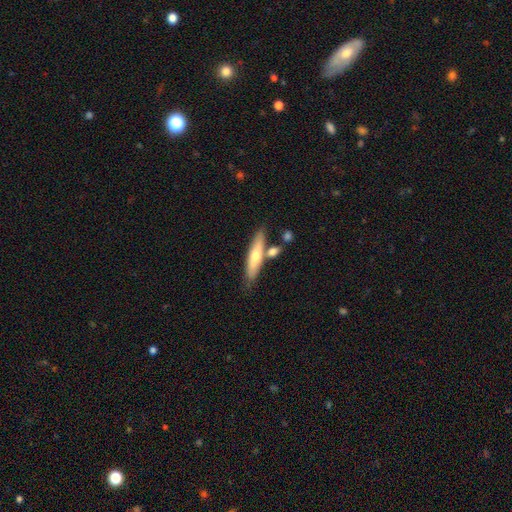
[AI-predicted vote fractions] Q: Smooth or featured?
A: smooth (58%); runner-up: featured or disk (36%)
Q: How rounded?
A: cigar-shaped (77%); runner-up: in between (21%)
Q: Merging?
A: none (66%); runner-up: merger (17%)